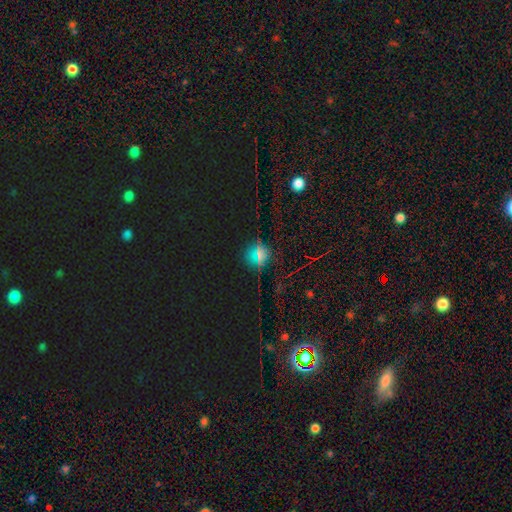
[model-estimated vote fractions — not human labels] The model was most divided on "smooth or featured": star or artifact: 62%, smooth: 30%, featured or disk: 8%.